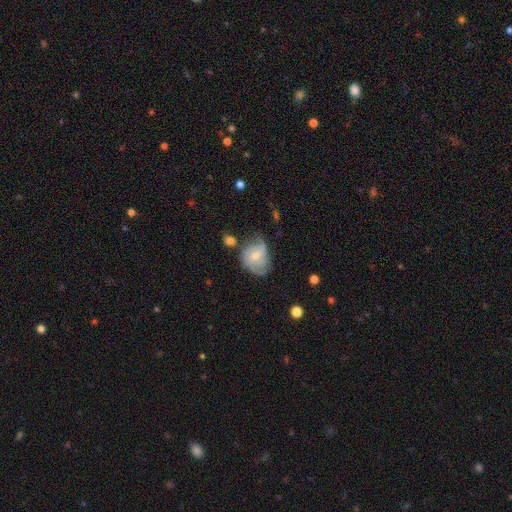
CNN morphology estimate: This is likely a featured or disk galaxy (70%). It is clearly not viewed edge-on (97%). Bar: possibly no (60%). Spiral arm pattern: clearly yes (88%). Spiral arm count: marginally 2 (41%). Spiral winding: marginally medium (41%). Central bulge: possibly moderate (49%). Merging: possibly none (51%).